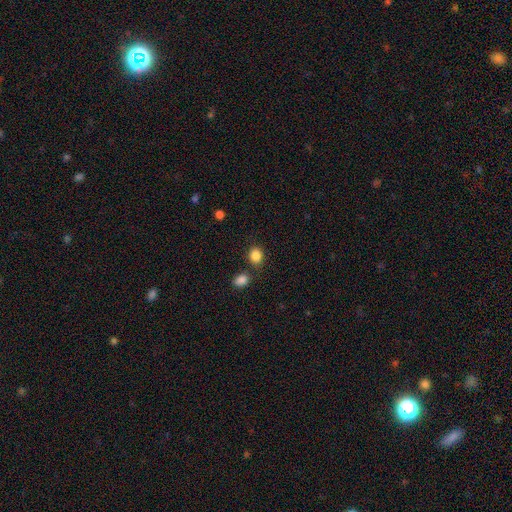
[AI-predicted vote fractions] A smooth galaxy with no disk features (86%) that is round (69%). Merging: none (76%).